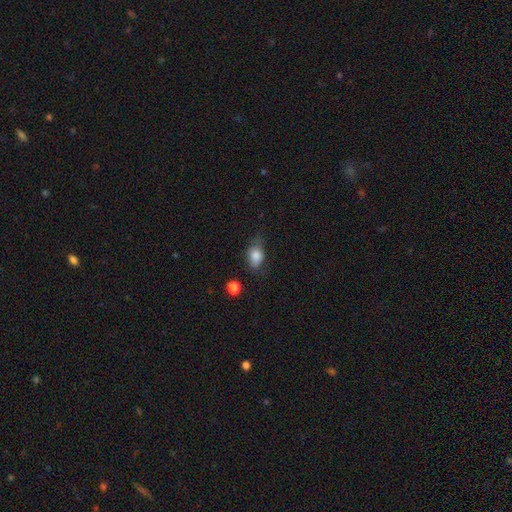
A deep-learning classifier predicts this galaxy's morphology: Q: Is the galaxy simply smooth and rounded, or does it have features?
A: smooth — 82%.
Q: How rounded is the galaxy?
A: in between — 78%.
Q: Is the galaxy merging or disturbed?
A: none — 59%.